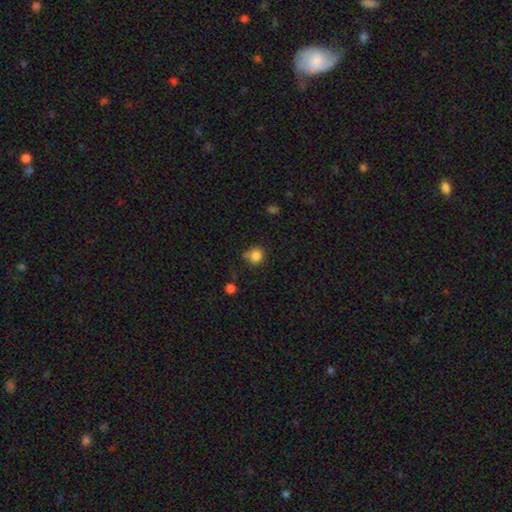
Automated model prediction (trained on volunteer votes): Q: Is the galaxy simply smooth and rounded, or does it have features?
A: smooth — 84%.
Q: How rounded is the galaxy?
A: round — 87%.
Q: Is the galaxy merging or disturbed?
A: none — 68%.